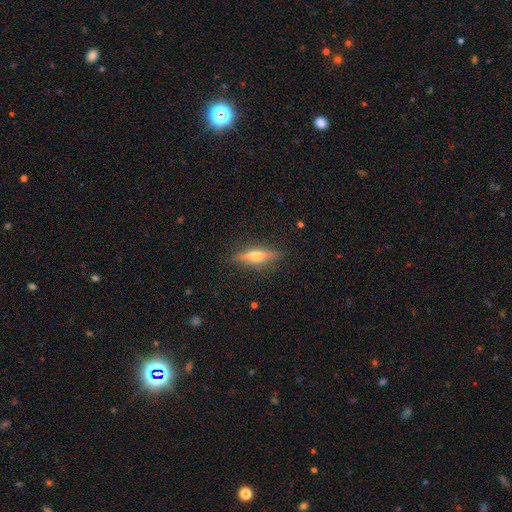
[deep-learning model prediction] A featured or disk galaxy (49%). Merging: none (84%).